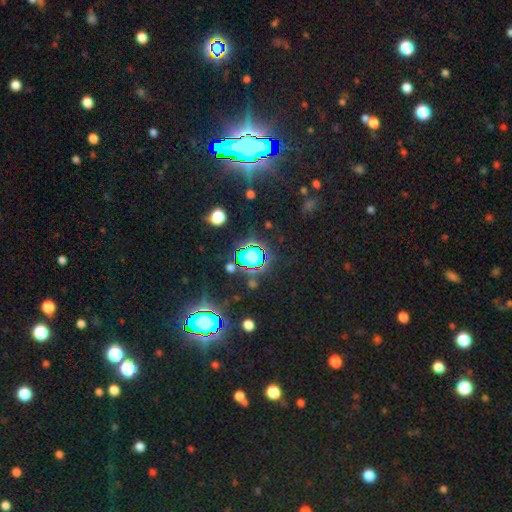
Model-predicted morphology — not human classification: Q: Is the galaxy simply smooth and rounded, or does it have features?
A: star or artifact — 63%.